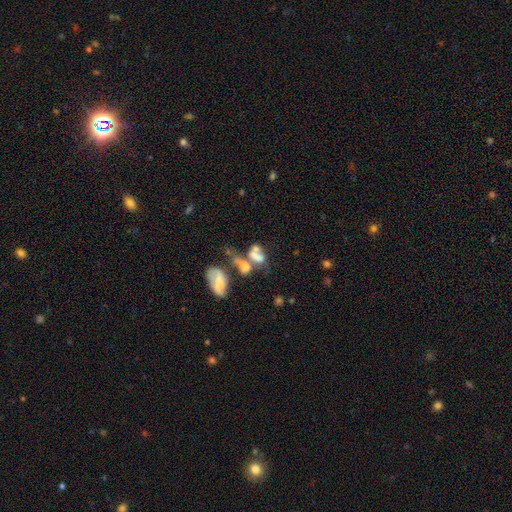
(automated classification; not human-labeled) Smooth or featured?
  - smooth: 54% *
  - featured or disk: 33%
  - star or artifact: 14%
How rounded?
  - in between: 83% *
  - round: 11%
  - cigar-shaped: 5%
Merging?
  - merger: 60% *
  - major disturbance: 16%
  - none: 15%
  - minor disturbance: 9%